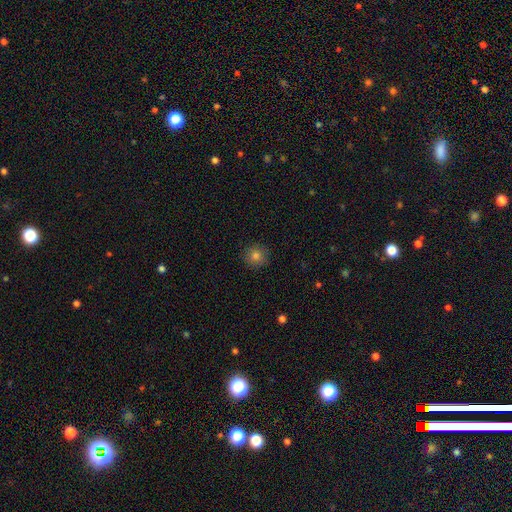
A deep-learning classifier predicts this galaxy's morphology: smooth_or_featured: smooth (p=0.81) [alt: star or artifact p=0.12]
how_rounded: round (p=0.93) [alt: in between p=0.06]
merging: none (p=0.90) [alt: minor disturbance p=0.07]